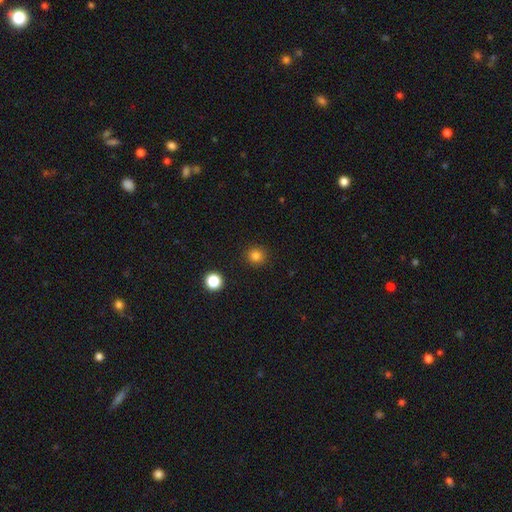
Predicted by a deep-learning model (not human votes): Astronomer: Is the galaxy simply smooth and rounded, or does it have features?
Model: smooth — 82%.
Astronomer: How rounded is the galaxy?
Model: round — 92%.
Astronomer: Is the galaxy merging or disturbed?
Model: none — 91%.